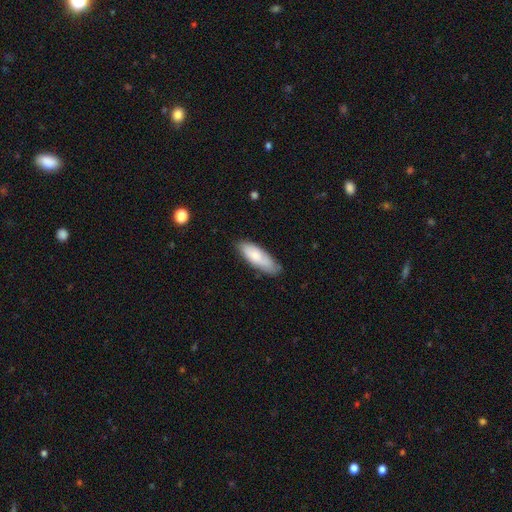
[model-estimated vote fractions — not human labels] This appears to be a smooth galaxy with no disk features (77%) that is in between round and cigar-shaped (65%). Merging: none (70%).